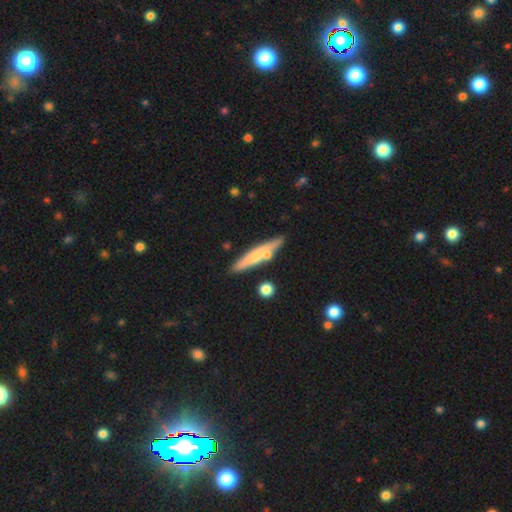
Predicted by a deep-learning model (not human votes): Smooth or featured? Predicted: smooth (p=0.55). How rounded? Predicted: cigar-shaped (p=0.89). Merging? Predicted: none (p=0.76).